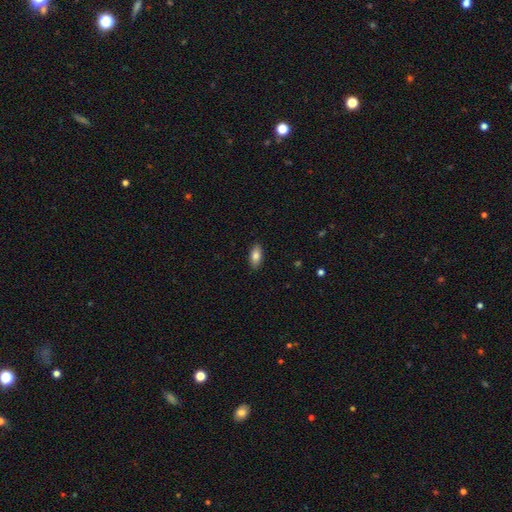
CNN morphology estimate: Smooth or featured?
  - smooth: 83% *
  - featured or disk: 10%
  - star or artifact: 7%
How rounded?
  - in between: 89% *
  - cigar-shaped: 8%
  - round: 3%
Merging?
  - none: 89% *
  - minor disturbance: 8%
  - major disturbance: 2%
  - merger: 1%